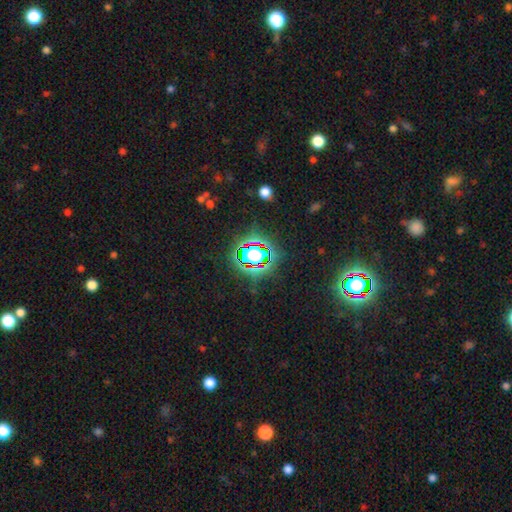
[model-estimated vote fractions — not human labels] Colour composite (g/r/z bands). It shows a star or artifact, not a galaxy (72%).